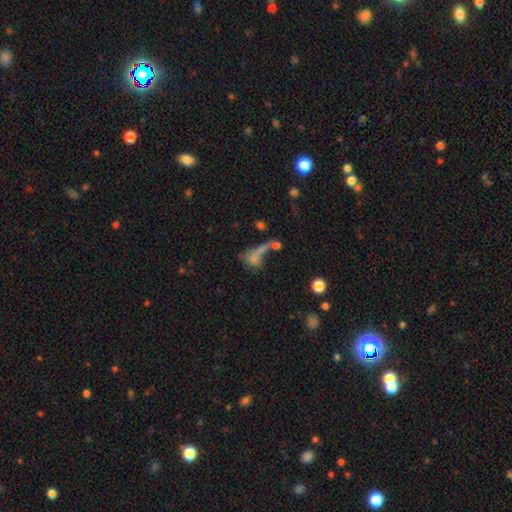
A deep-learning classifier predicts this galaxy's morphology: A smooth galaxy with no disk features (60%) that is in between round and cigar-shaped (50%). Merging: merger (36%).